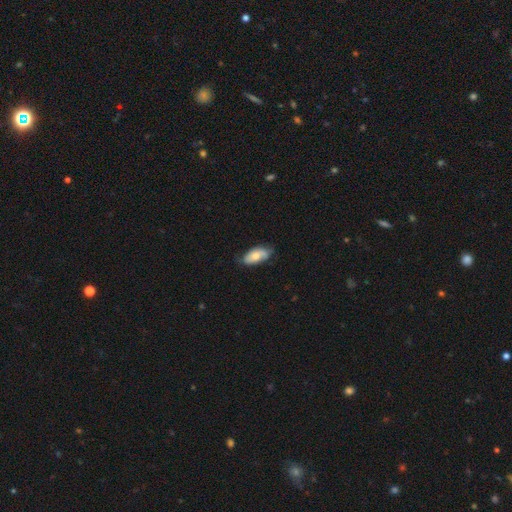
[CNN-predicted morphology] Smooth or featured? Predicted: smooth (p=0.67). How rounded? Predicted: in between (p=0.91). Merging? Predicted: none (p=0.67).